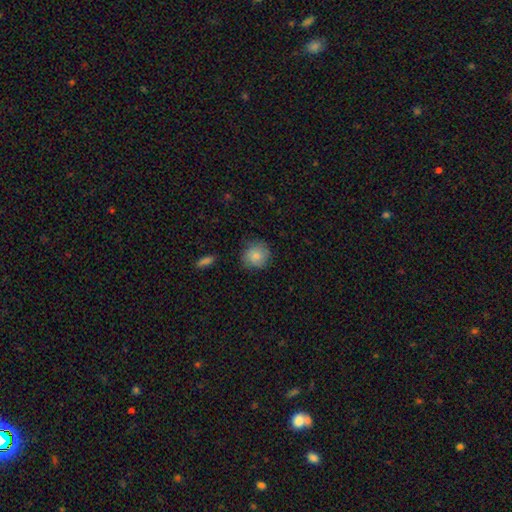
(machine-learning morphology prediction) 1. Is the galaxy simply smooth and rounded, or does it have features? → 79% smooth, 14% featured or disk, 8% star or artifact.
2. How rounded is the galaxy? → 87% round, 12% in between, 1% cigar-shaped.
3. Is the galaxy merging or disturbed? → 77% none, 18% minor disturbance, 4% major disturbance, 1% merger.